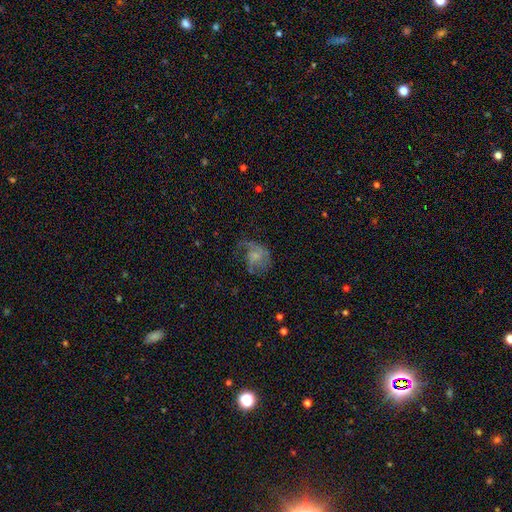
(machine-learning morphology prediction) Q: Smooth or featured?
A: featured or disk (62%); runner-up: smooth (28%)
Q: Edge-on disk?
A: no (98%); runner-up: yes (2%)
Q: Bar?
A: no (68%); runner-up: weak (28%)
Q: Spiral arms?
A: yes (80%); runner-up: no (20%)
Q: Bulge size?
A: small (51%); runner-up: moderate (25%)
Q: Merging?
A: major disturbance (38%); runner-up: none (37%)